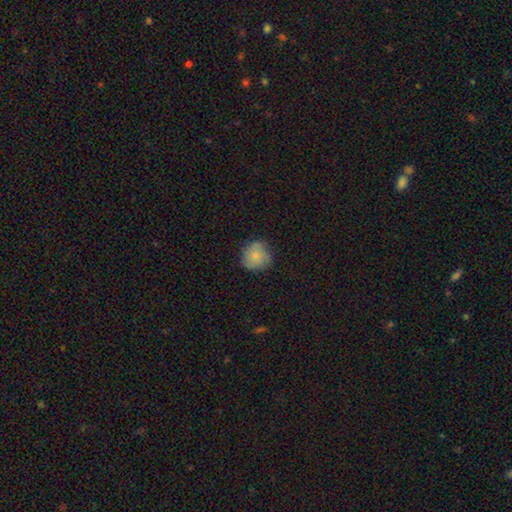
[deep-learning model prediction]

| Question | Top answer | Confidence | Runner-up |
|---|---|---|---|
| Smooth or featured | smooth | 74% | featured or disk (17%) |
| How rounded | round | 86% | in between (13%) |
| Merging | none | 72% | minor disturbance (22%) |